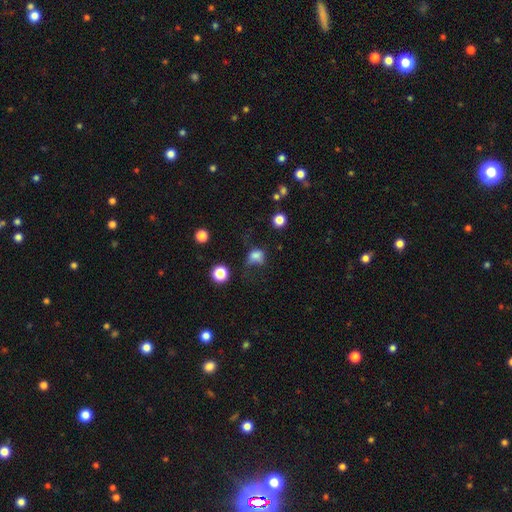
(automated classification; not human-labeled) Morphology: type=smooth (71%); roundness=round (51%); merging=major disturbance (35%).